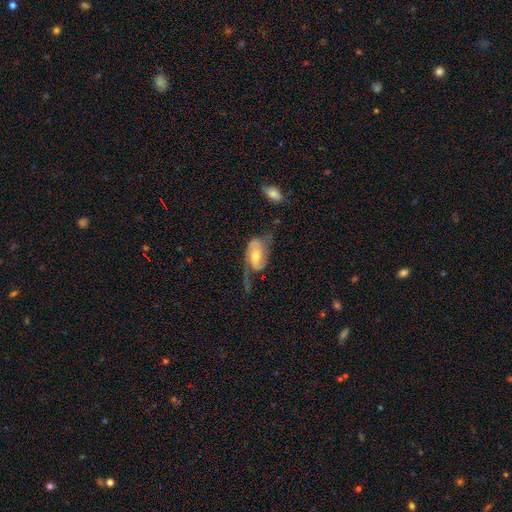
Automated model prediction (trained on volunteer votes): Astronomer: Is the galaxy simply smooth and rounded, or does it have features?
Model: featured or disk — 70%.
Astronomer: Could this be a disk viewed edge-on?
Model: no — 95%.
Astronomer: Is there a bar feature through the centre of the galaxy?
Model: no — 55% (runner-up: weak, 36%).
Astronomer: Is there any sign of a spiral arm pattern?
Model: yes — 88%.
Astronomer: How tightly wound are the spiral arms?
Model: loose — 51% (runner-up: medium, 34%).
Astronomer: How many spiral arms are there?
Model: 2 — 74%.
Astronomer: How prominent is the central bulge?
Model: moderate — 60%.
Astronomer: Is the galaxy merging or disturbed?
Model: major disturbance — 39% (runner-up: none, 31%).